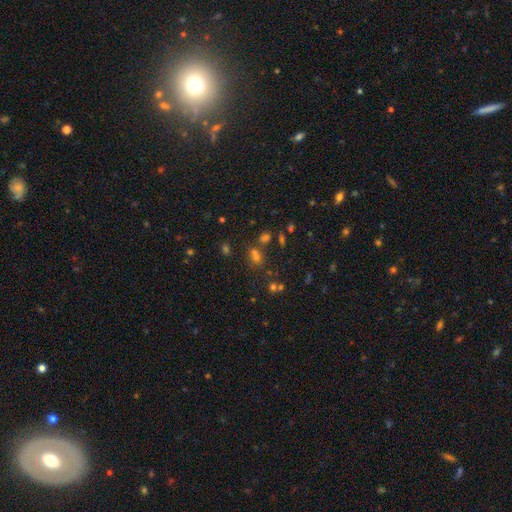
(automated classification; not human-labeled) The model was most divided on "smooth or featured": smooth: 46%, star or artifact: 44%, featured or disk: 10%. More confident: merging — none (60%).